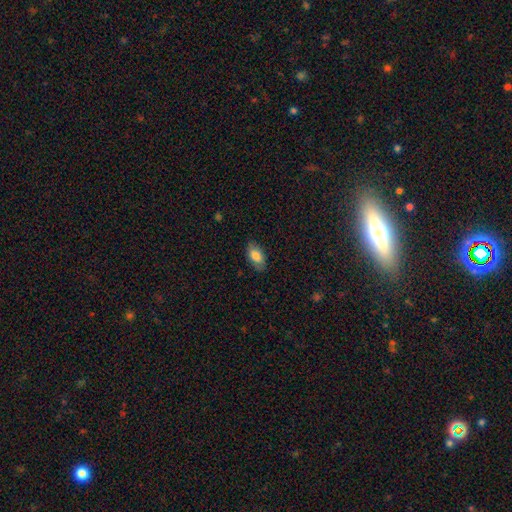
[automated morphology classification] smooth 79%, featured or disk 14%, star or artifact 7%. Down the decision tree: how rounded — in between (92%); merging — none (83%).